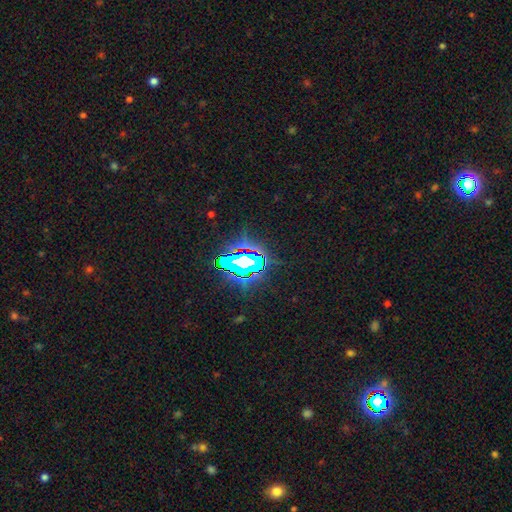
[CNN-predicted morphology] smooth-or-featured: star or artifact: 75% | smooth: 13% | featured or disk: 12%